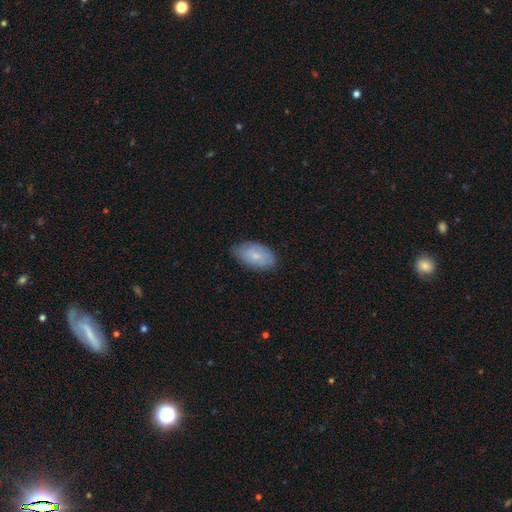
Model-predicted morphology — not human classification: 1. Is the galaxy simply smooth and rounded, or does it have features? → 75% smooth, 19% featured or disk, 6% star or artifact.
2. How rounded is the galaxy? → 94% in between, 4% round, 2% cigar-shaped.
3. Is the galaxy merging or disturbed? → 76% none, 19% minor disturbance, 3% major disturbance, 1% merger.